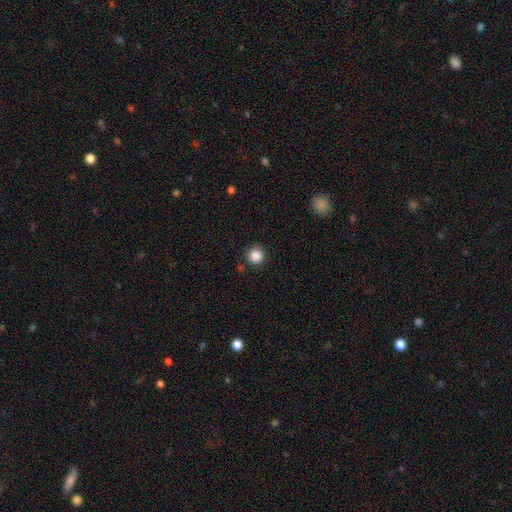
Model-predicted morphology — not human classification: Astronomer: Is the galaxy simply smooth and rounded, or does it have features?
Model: smooth — 87%.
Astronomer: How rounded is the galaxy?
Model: round — 95%.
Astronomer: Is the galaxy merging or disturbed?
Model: none — 88%.